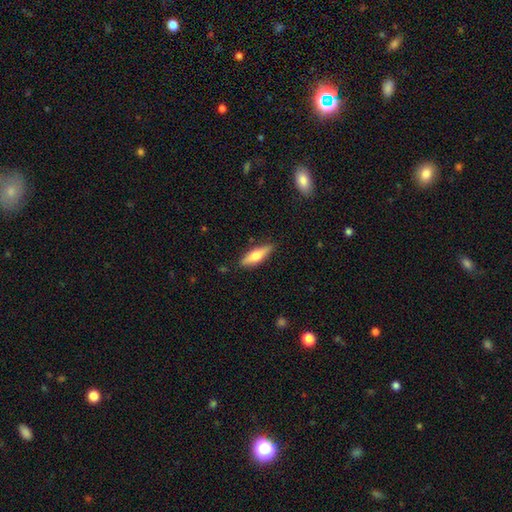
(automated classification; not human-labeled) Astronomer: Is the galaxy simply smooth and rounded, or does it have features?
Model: smooth — 60%.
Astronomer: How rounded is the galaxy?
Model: cigar-shaped — 53% (runner-up: in between, 45%).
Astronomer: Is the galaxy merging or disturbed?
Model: none — 84%.